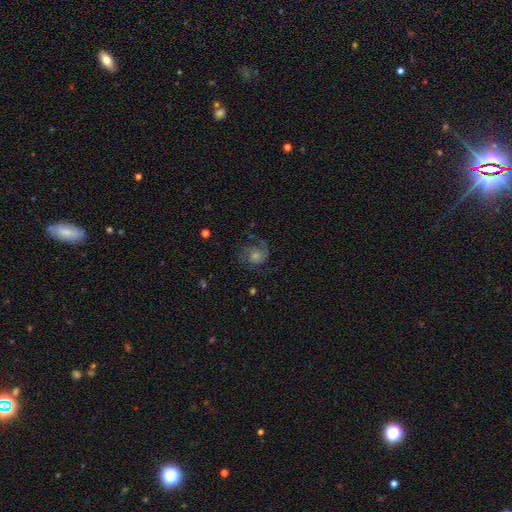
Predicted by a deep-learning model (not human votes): This is likely a featured or disk galaxy (78%). It is clearly not viewed edge-on (98%). Bar: likely no (70%). Spiral arm pattern: clearly yes (96%). Spiral arm count: possibly 2 (59%). Spiral winding: possibly medium (45%). Central bulge: possibly moderate (47%). Merging: likely none (70%).